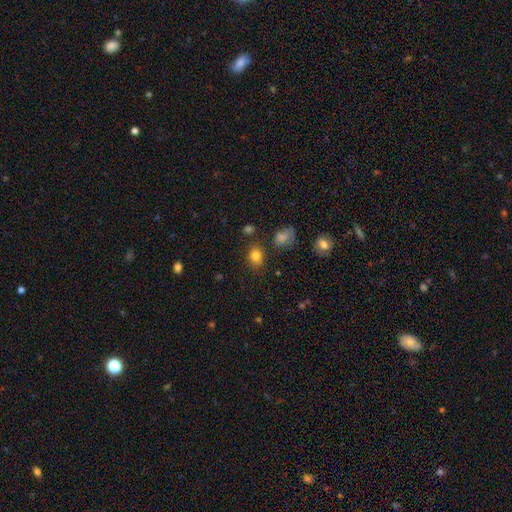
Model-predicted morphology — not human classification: A smooth galaxy with no disk features (81%) that is in between round and cigar-shaped (51%). Merging: none (78%).